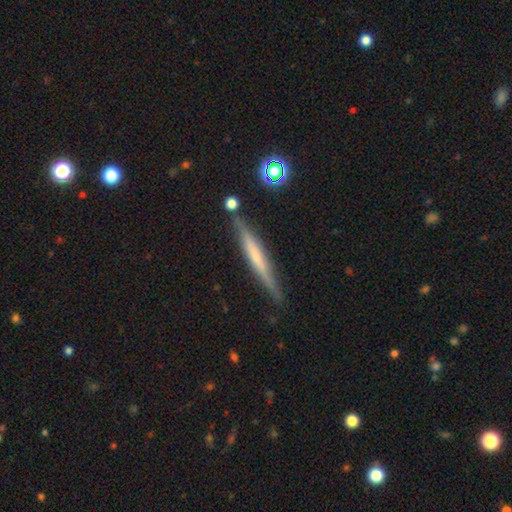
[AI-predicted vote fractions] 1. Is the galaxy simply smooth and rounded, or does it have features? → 53% featured or disk, 40% smooth, 7% star or artifact.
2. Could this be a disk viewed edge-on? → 95% yes, 5% no.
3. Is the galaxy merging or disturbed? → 82% none, 12% minor disturbance, 4% merger, 2% major disturbance.